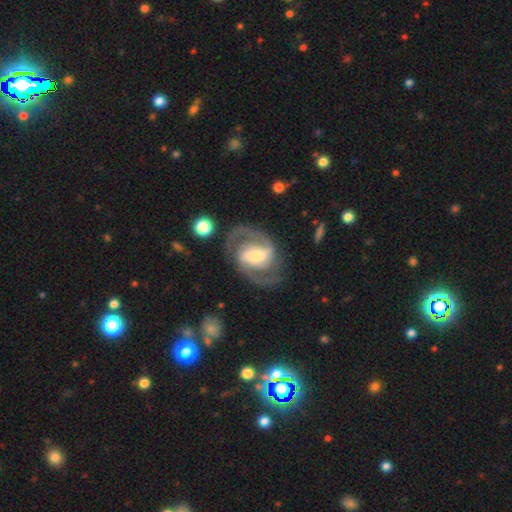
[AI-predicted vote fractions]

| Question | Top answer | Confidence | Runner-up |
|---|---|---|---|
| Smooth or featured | featured or disk | 89% | smooth (7%) |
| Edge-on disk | no | 98% | yes (2%) |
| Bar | strong | 46% | weak (38%) |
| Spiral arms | yes | 97% | no (3%) |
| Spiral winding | medium | 56% | tight (30%) |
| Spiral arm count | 2 | 91% | can't tell (3%) |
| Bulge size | moderate | 36% | small (31%) |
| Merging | none | 77% | minor disturbance (13%) |